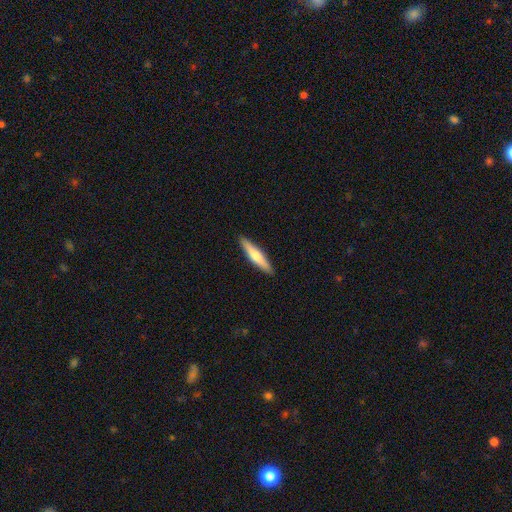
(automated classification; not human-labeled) Morphology: type=smooth (57%); roundness=cigar-shaped (87%); merging=none (91%).